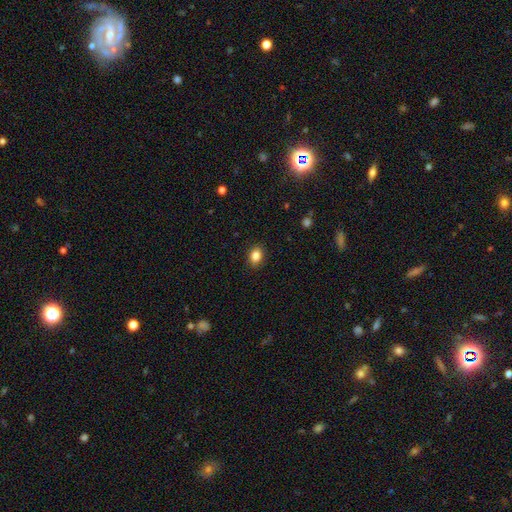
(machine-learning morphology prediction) The model was most divided on "how rounded": in between: 66%, round: 32%, cigar-shaped: 1%. More confident: merging — none (88%); smooth or featured — smooth (86%).